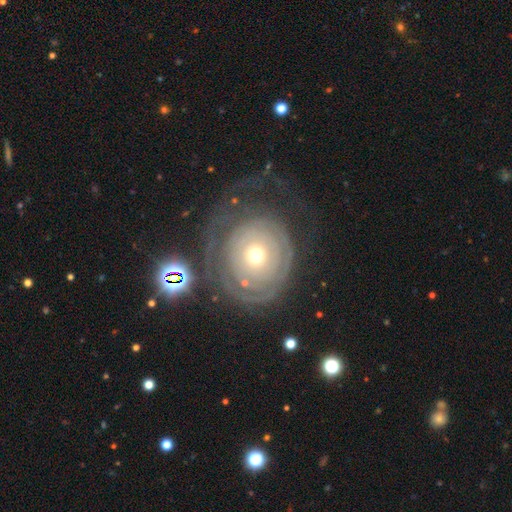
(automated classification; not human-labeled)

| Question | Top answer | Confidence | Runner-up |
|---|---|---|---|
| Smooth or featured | featured or disk | 68% | smooth (24%) |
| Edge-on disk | no | 96% | yes (4%) |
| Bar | no | 88% | weak (9%) |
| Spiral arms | yes | 65% | no (35%) |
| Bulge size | small | 51% | moderate (42%) |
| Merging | none | 49% | major disturbance (30%) |